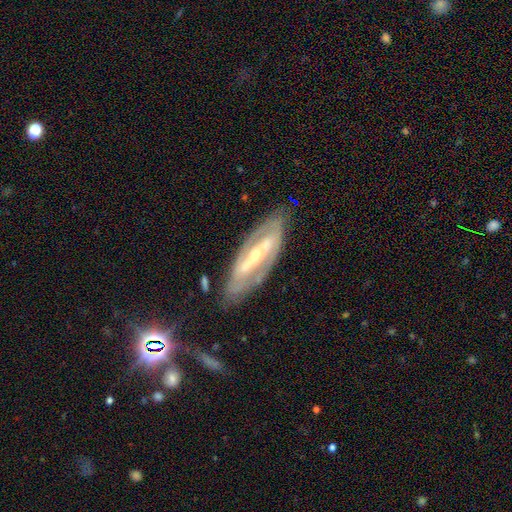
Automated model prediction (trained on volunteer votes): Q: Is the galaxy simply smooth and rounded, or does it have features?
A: featured or disk — 83%.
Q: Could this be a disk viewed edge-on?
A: no — 84%.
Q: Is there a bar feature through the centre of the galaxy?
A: strong — 73%.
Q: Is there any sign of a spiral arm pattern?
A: yes — 73%.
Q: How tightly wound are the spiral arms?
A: tight — 45%.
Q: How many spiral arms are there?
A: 2 — 79%.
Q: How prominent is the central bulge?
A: small — 52%.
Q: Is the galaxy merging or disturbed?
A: none — 80%.